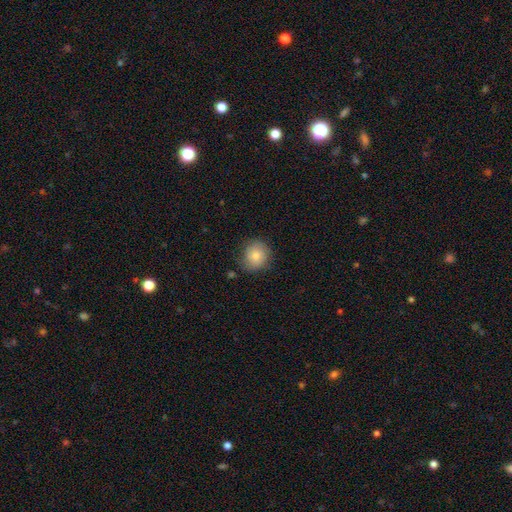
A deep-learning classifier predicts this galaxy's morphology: type=smooth (81%); roundness=round (83%); merging=none (77%).